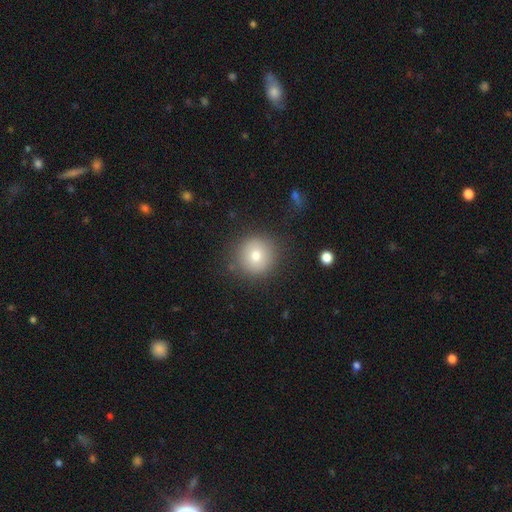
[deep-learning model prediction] Overall: smooth (76%). How rounded: round (93%). Merging: none (86%).